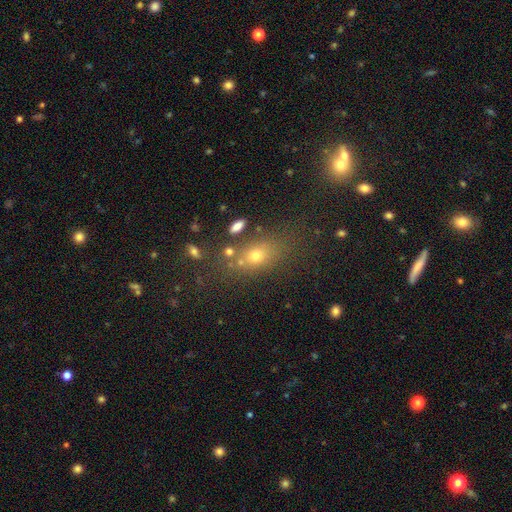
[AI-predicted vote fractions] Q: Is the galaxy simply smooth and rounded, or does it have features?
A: smooth — 63%.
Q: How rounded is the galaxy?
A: in between — 62%.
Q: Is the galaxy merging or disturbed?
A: none — 67%.